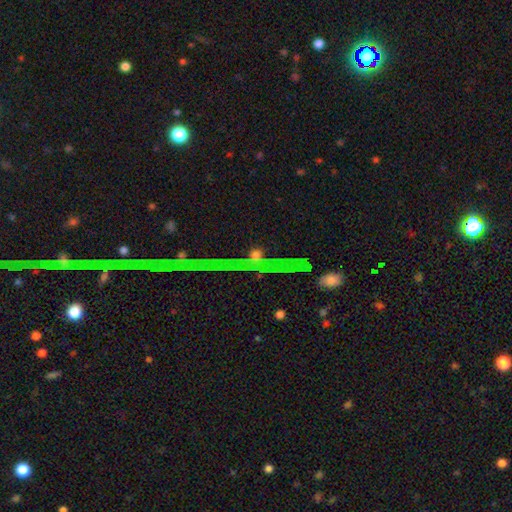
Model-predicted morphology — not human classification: smooth_or_featured: star or artifact (p=0.47) [alt: smooth p=0.28]